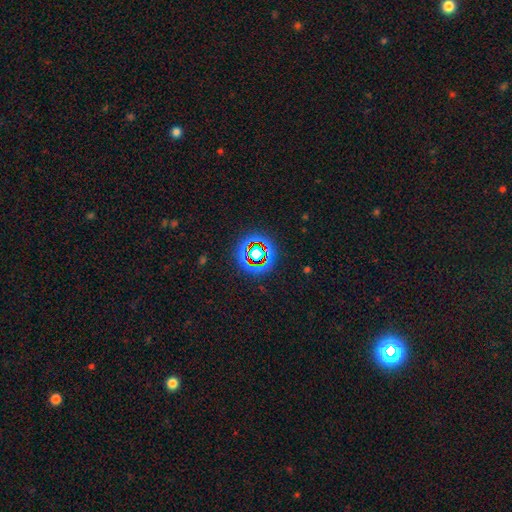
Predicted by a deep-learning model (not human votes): star or artifact 64%, featured or disk 19%, smooth 16%.